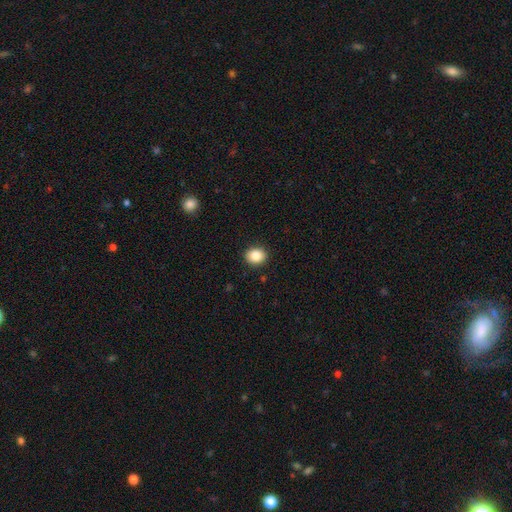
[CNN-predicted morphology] type=smooth (85%); roundness=round (66%); merging=none (91%).